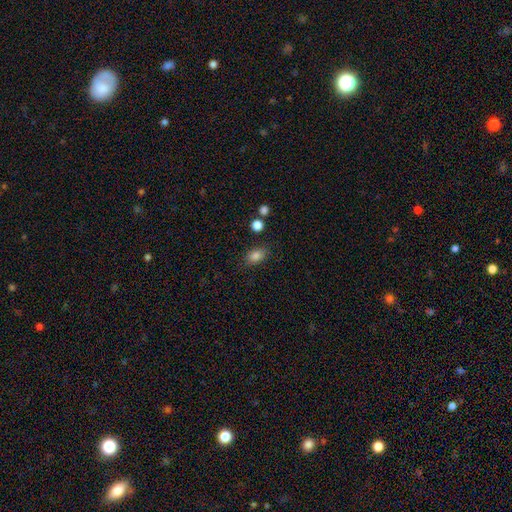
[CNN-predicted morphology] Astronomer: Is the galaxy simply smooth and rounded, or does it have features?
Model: smooth — 84%.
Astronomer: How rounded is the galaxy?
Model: in between — 80%.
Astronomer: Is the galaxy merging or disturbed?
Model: none — 82%.